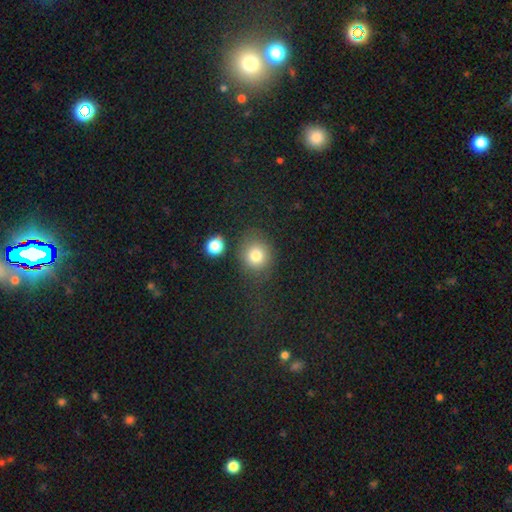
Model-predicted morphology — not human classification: This appears to be a smooth galaxy with no disk features (79%) that is round (81%). Merging: none (74%).